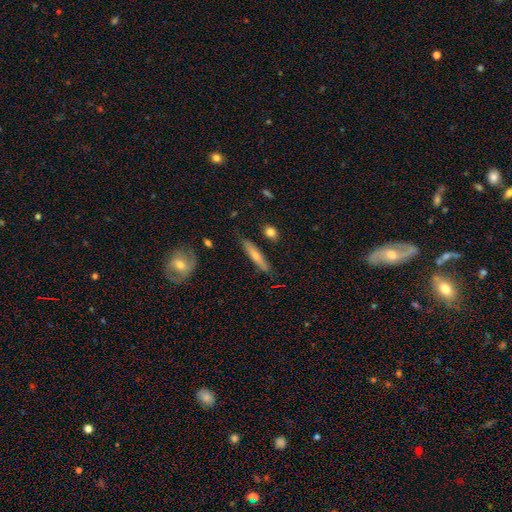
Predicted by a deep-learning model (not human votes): Smooth or featured? Predicted: smooth (p=0.62). How rounded? Predicted: cigar-shaped (p=0.86). Merging? Predicted: none (p=0.82).